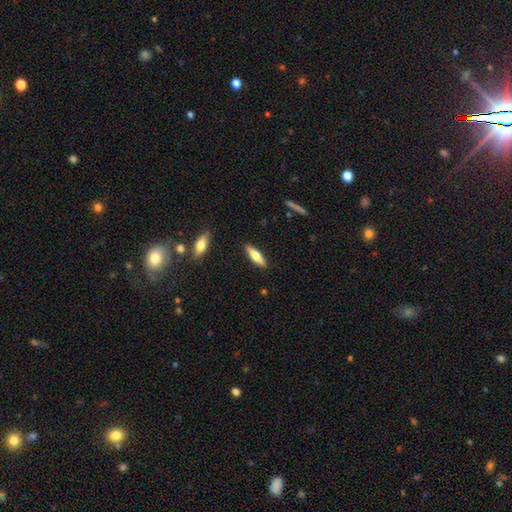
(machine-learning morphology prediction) Smooth or featured? smooth (59%)
How rounded? cigar-shaped (59%)
Merging? none (88%)